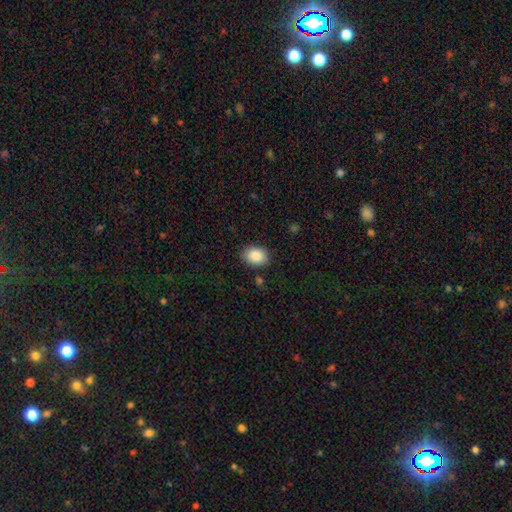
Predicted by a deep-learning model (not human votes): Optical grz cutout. It shows a smooth galaxy with no disk features (88%) that is in between round and cigar-shaped (68%). Merging: none (85%).